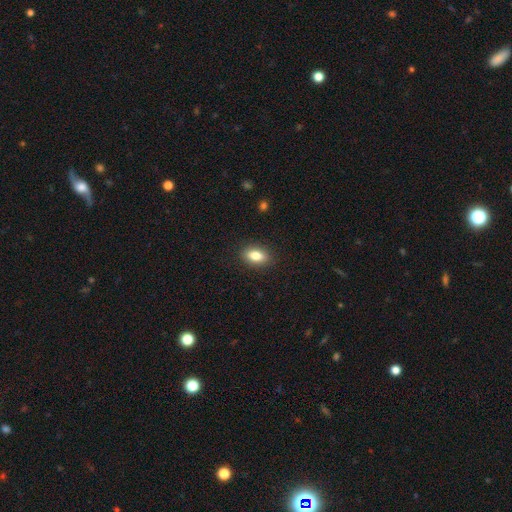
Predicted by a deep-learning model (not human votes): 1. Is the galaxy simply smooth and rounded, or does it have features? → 83% smooth, 9% featured or disk, 8% star or artifact.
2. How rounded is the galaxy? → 87% in between, 9% round, 4% cigar-shaped.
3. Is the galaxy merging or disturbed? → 89% none, 8% minor disturbance, 2% major disturbance, 1% merger.